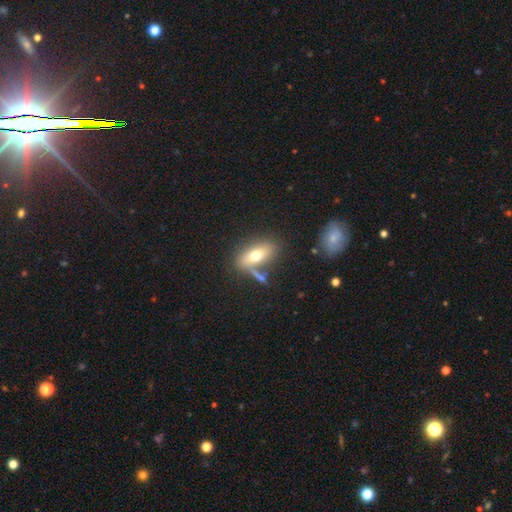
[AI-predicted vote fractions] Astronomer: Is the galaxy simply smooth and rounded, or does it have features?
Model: smooth — 66%.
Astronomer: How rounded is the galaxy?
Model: in between — 82%.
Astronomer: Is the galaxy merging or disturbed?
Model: none — 58%.